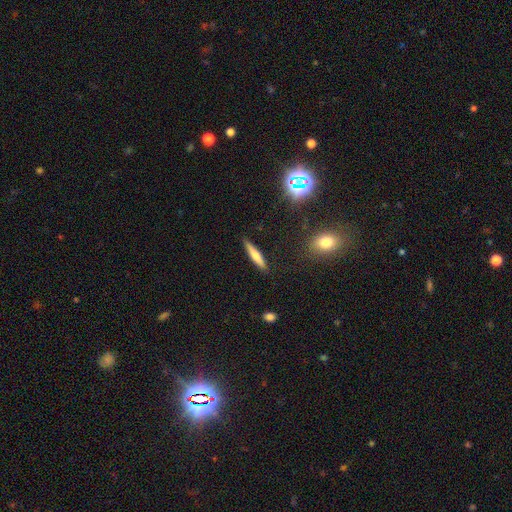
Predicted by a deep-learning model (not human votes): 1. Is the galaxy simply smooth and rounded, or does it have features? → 61% smooth, 30% featured or disk, 8% star or artifact.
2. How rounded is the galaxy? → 90% cigar-shaped, 9% in between, 2% round.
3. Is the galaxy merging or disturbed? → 88% none, 9% minor disturbance, 2% major disturbance, 2% merger.